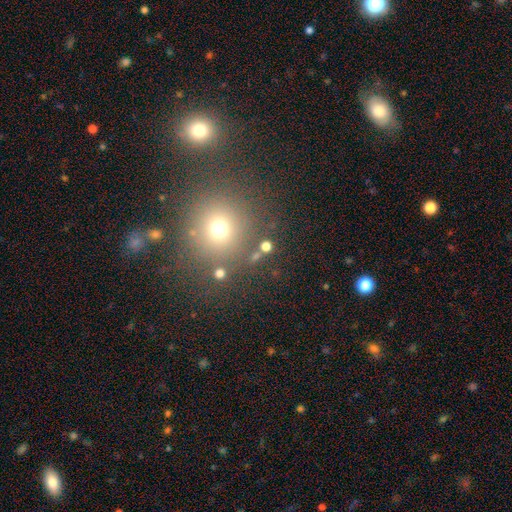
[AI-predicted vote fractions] Smooth or featured?
  - smooth: 61% *
  - star or artifact: 29%
  - featured or disk: 10%
How rounded?
  - round: 89% *
  - in between: 10%
  - cigar-shaped: 1%
Merging?
  - none: 79% *
  - minor disturbance: 9%
  - merger: 7%
  - major disturbance: 5%